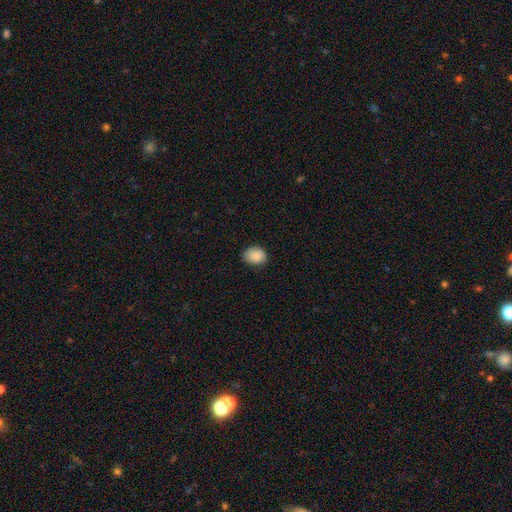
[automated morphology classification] Smooth or featured? Predicted: smooth (p=0.89). How rounded? Predicted: in between (p=0.54). Merging? Predicted: none (p=0.79).